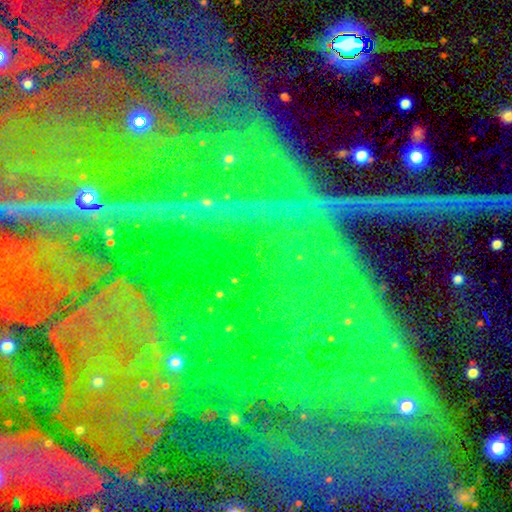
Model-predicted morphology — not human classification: Smooth or featured?
  - star or artifact: 86% *
  - featured or disk: 8%
  - smooth: 6%